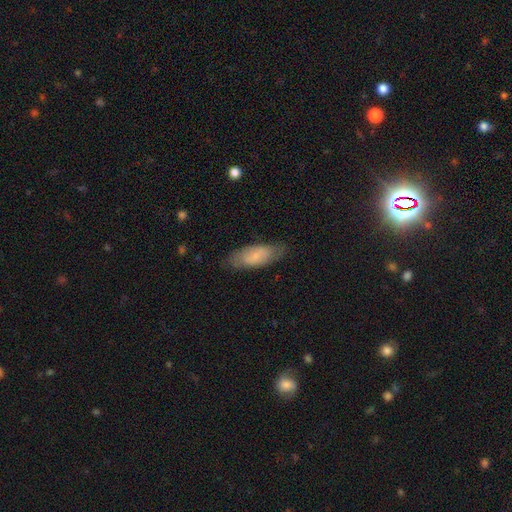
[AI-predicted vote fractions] Smooth or featured? smooth (71%)
How rounded? in between (74%)
Merging? none (78%)